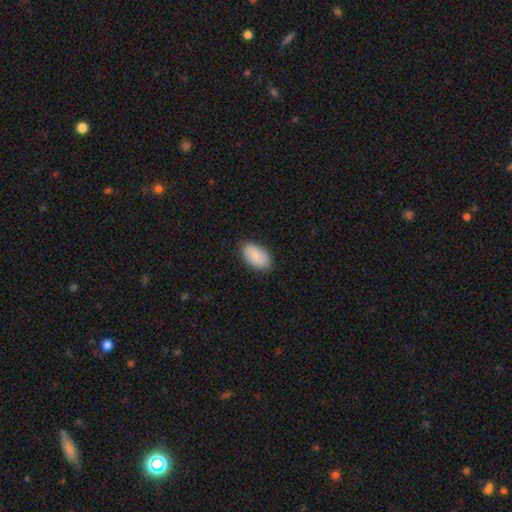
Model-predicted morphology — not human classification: smooth-or-featured: smooth: 81% | featured or disk: 13% | star or artifact: 6%
  how-rounded: in between: 95% | round: 3% | cigar-shaped: 2%
  merging: none: 85% | minor disturbance: 12% | major disturbance: 2% | merger: 1%